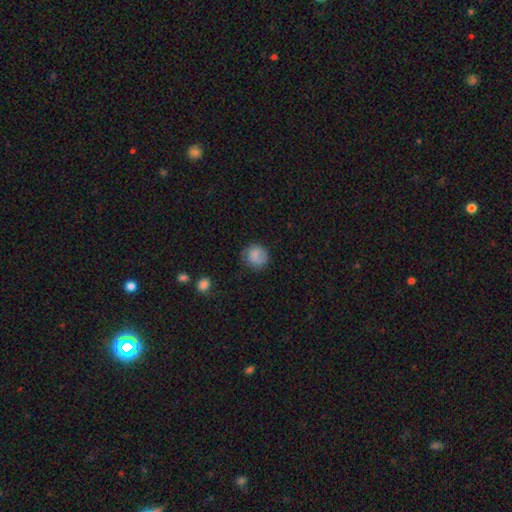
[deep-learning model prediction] Q: Smooth or featured?
A: smooth (78%); runner-up: featured or disk (14%)
Q: How rounded?
A: round (85%); runner-up: in between (14%)
Q: Merging?
A: none (73%); runner-up: minor disturbance (19%)